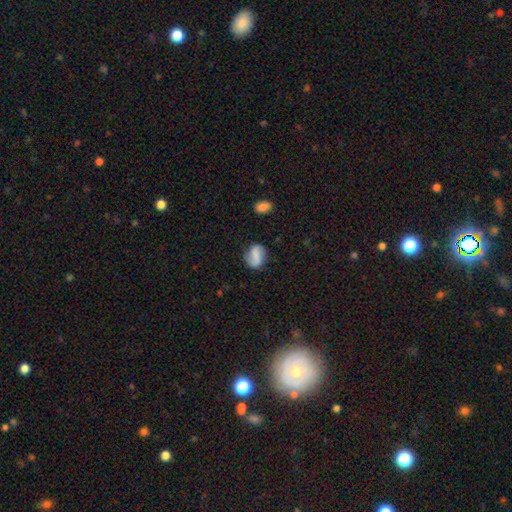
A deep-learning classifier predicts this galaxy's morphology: smooth 57%, featured or disk 35%, star or artifact 9%. Down the decision tree: how rounded — in between (60%); merging — none (73%).